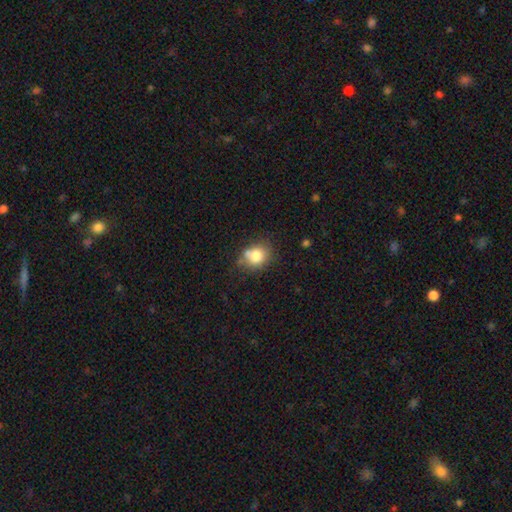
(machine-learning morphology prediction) smooth_or_featured: smooth (p=0.78) [alt: featured or disk p=0.12]
how_rounded: round (p=0.62) [alt: in between p=0.37]
merging: none (p=0.61) [alt: minor disturbance p=0.18]